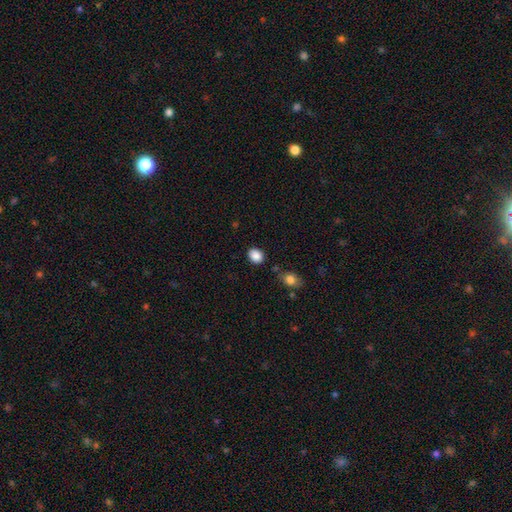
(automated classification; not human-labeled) This is clearly a smooth galaxy (88%). How rounded: possibly in between (58%). Merging: clearly none (82%).